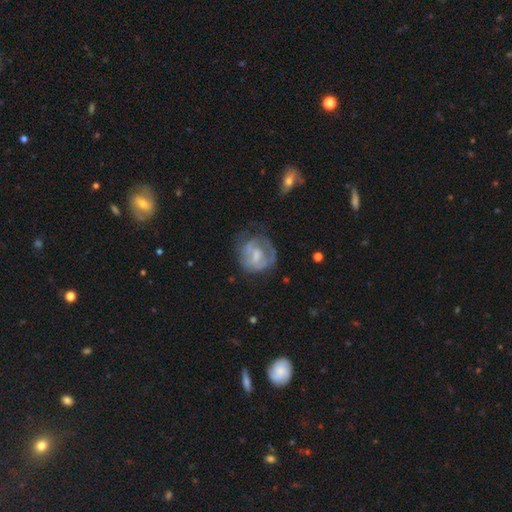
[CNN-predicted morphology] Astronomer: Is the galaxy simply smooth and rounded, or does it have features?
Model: featured or disk — 61%.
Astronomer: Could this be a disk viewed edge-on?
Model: no — 97%.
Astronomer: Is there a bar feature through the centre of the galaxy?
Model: weak — 47% (runner-up: no, 38%).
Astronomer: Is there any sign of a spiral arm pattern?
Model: yes — 59% (runner-up: no, 41%).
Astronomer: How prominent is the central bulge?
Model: moderate — 39% (runner-up: small, 32%).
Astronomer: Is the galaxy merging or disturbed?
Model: none — 51%.